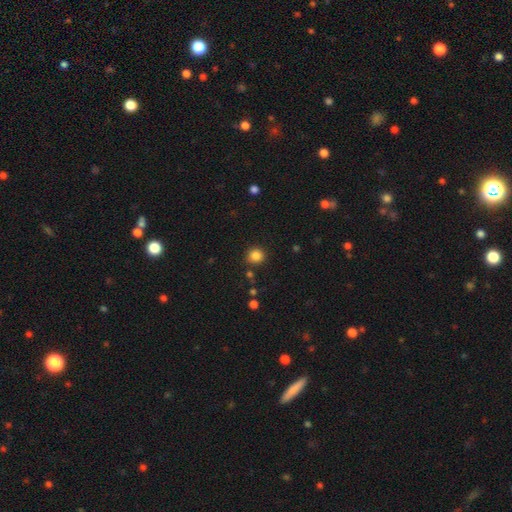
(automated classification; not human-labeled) Smooth or featured? smooth (85%)
How rounded? round (92%)
Merging? none (88%)